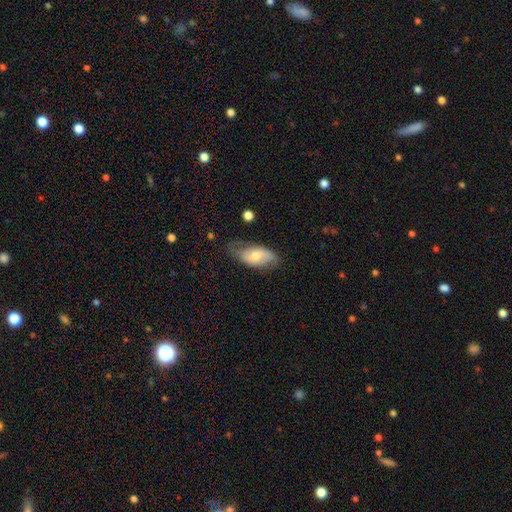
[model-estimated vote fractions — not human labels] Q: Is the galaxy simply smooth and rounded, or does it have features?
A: smooth — 56%.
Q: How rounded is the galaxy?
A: in between — 91%.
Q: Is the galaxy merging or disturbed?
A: none — 60%.